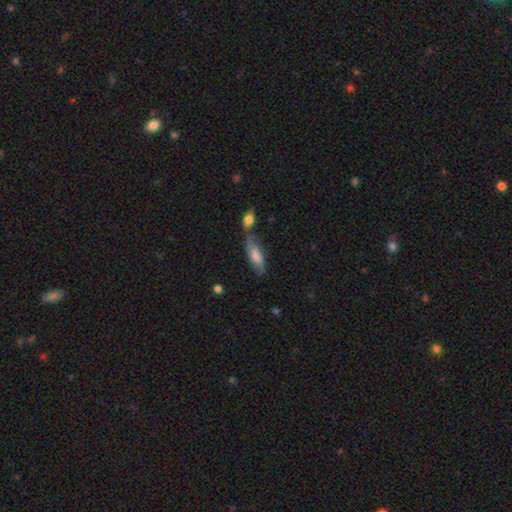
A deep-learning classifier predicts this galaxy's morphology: Smooth or featured?
  - smooth: 52% *
  - featured or disk: 40%
  - star or artifact: 8%
How rounded?
  - in between: 62% *
  - cigar-shaped: 35%
  - round: 3%
Merging?
  - none: 54% *
  - minor disturbance: 20%
  - merger: 19%
  - major disturbance: 7%